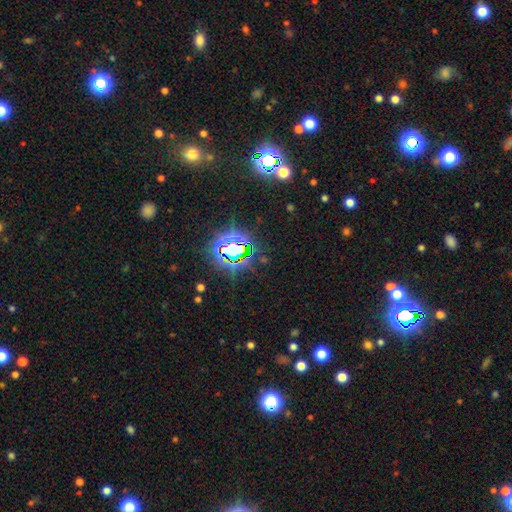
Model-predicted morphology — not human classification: Overall: star or artifact (80%).